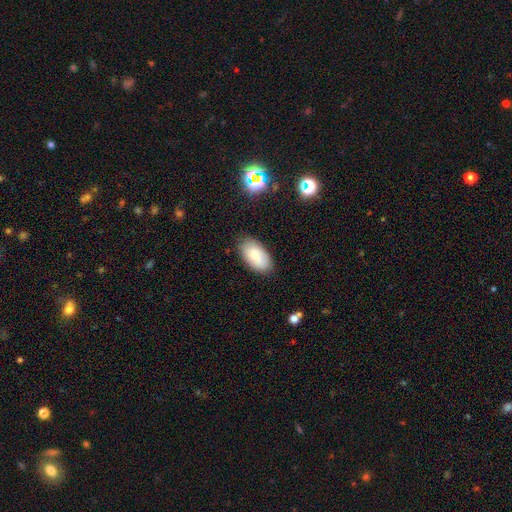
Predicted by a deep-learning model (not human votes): The model was most divided on "merging": none: 80%, minor disturbance: 15%, major disturbance: 3%, merger: 2%. More confident: how rounded — in between (95%); smooth or featured — smooth (80%).